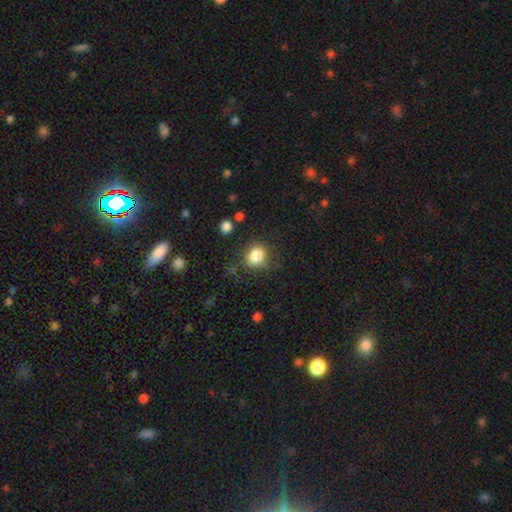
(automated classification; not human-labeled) Q: Smooth or featured?
A: smooth (84%); runner-up: star or artifact (10%)
Q: How rounded?
A: round (57%); runner-up: in between (42%)
Q: Merging?
A: none (77%); runner-up: minor disturbance (15%)